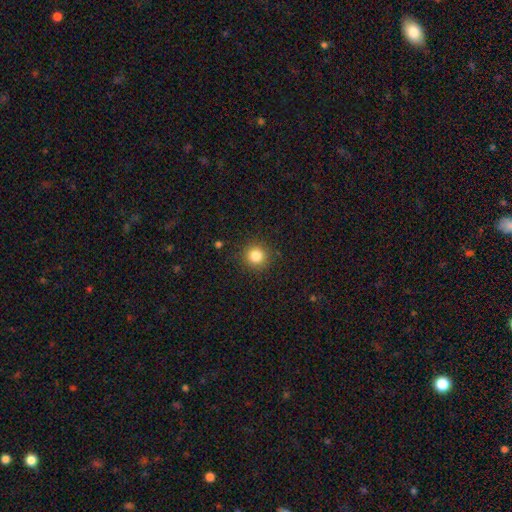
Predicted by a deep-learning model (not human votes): This is clearly a smooth galaxy (82%). How rounded: clearly round (94%). Merging: clearly none (90%).